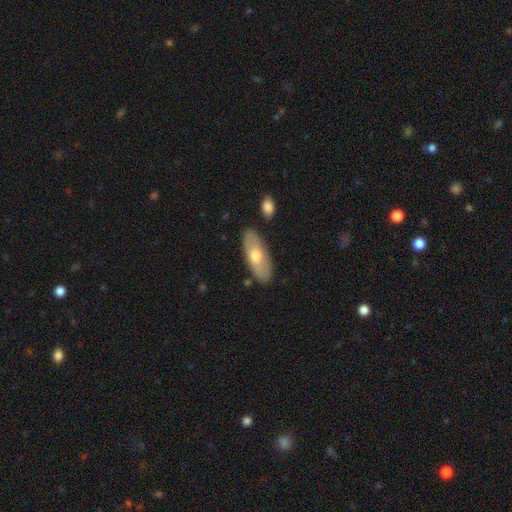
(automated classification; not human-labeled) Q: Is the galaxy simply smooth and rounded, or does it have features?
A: smooth — 54%.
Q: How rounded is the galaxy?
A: in between — 77%.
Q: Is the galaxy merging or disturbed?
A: none — 84%.